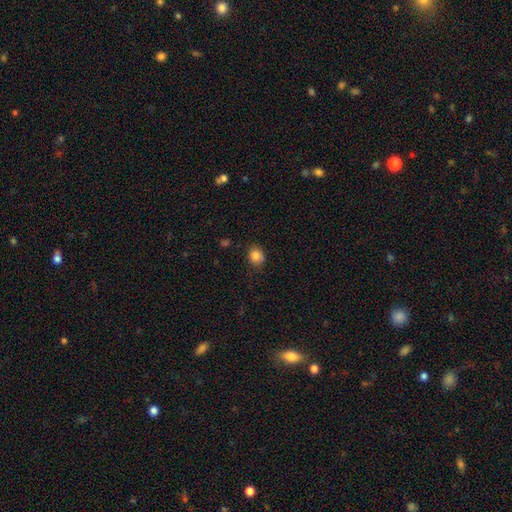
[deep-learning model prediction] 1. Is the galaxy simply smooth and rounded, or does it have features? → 85% smooth, 10% star or artifact, 5% featured or disk.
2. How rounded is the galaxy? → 64% round, 35% in between, 1% cigar-shaped.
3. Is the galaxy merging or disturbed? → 82% none, 14% minor disturbance, 3% major disturbance, 1% merger.